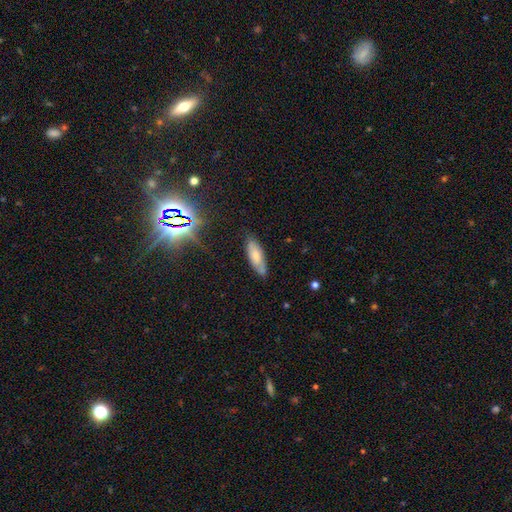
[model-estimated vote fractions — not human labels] Smooth or featured?
  - smooth: 66% *
  - featured or disk: 26%
  - star or artifact: 8%
How rounded?
  - in between: 64% *
  - cigar-shaped: 34%
  - round: 2%
Merging?
  - none: 77% *
  - minor disturbance: 18%
  - major disturbance: 3%
  - merger: 2%